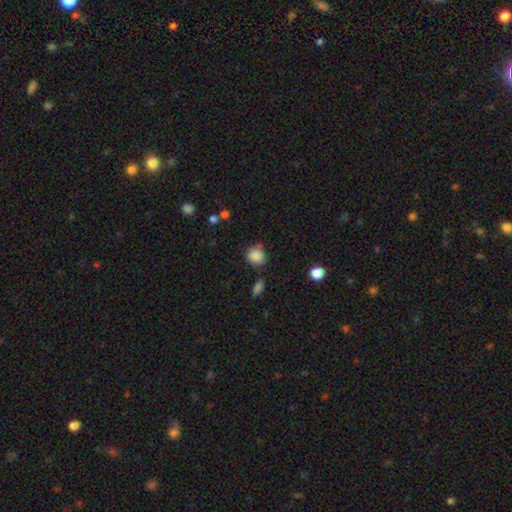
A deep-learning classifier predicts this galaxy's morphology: The model was most divided on "how rounded": round: 70%, in between: 29%, cigar-shaped: 1%. More confident: smooth or featured — smooth (86%); merging — none (67%).